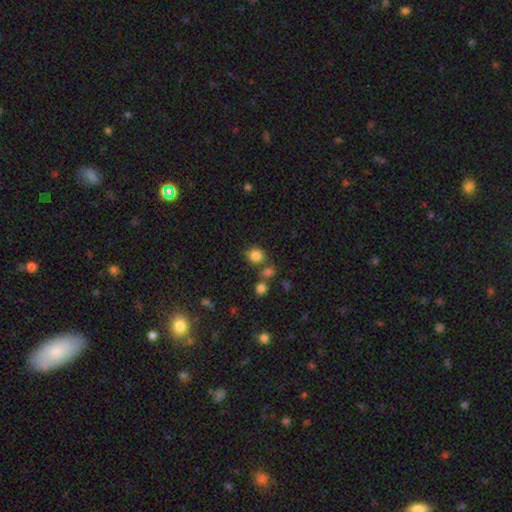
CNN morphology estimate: Overall: smooth (82%). How rounded: round (80%). Merging: none (71%).